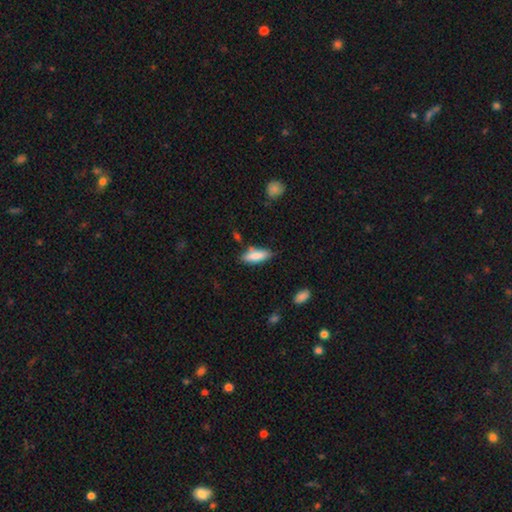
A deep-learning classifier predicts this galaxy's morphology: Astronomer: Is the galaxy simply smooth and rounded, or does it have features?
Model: smooth — 81%.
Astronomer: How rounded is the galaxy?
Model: in between — 61% (runner-up: cigar-shaped, 38%).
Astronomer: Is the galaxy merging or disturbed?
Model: none — 70%.